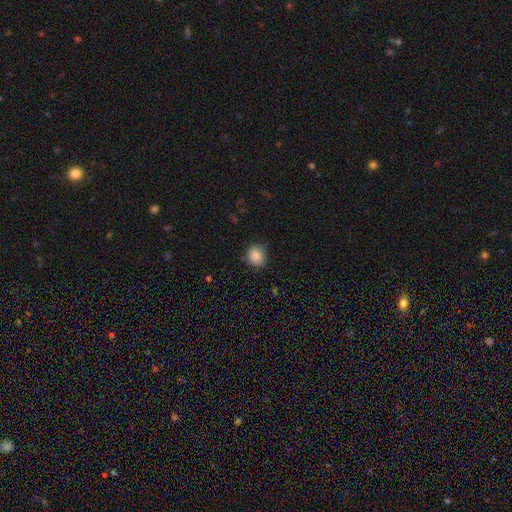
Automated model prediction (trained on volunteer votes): Smooth or featured?
  - smooth: 87% *
  - star or artifact: 9%
  - featured or disk: 5%
How rounded?
  - round: 71% *
  - in between: 28%
  - cigar-shaped: 1%
Merging?
  - none: 82% *
  - minor disturbance: 14%
  - major disturbance: 3%
  - merger: 1%